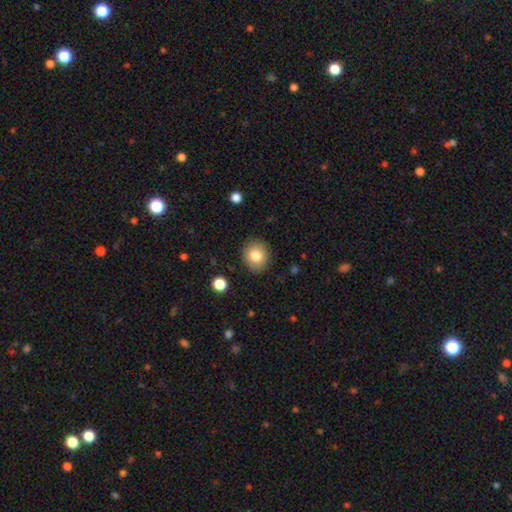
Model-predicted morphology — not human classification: smooth-or-featured: smooth: 81% | featured or disk: 9% | star or artifact: 9%
  how-rounded: round: 74% | in between: 25% | cigar-shaped: 1%
  merging: none: 89% | minor disturbance: 8% | major disturbance: 2% | merger: 1%